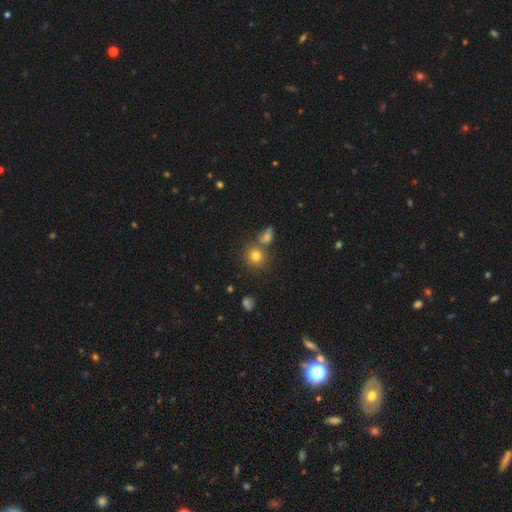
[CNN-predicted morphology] smooth_or_featured: smooth (p=0.78) [alt: star or artifact p=0.14]
how_rounded: round (p=0.84) [alt: in between p=0.15]
merging: none (p=0.66) [alt: merger p=0.20]